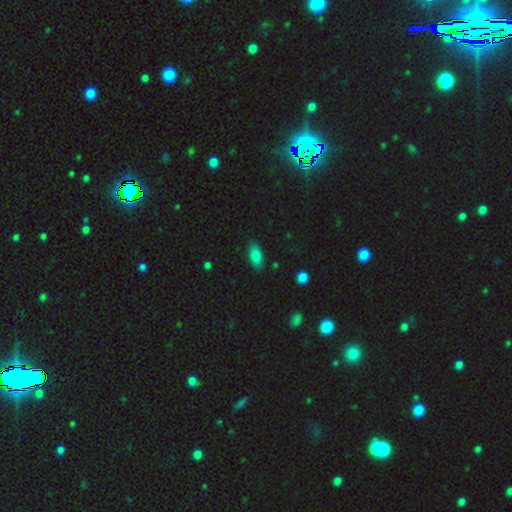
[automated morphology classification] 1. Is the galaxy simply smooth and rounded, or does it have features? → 81% smooth, 10% featured or disk, 9% star or artifact.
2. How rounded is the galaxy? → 86% in between, 11% cigar-shaped, 3% round.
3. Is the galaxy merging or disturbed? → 85% none, 11% minor disturbance, 2% major disturbance, 1% merger.